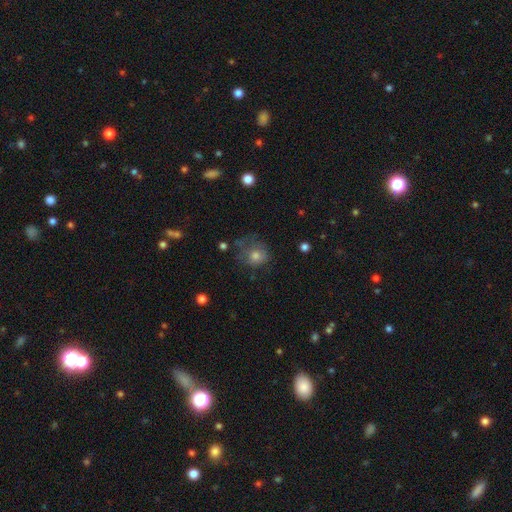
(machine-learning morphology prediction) Smooth or featured? Predicted: smooth (p=0.69). How rounded? Predicted: round (p=0.76). Merging? Predicted: none (p=0.47).